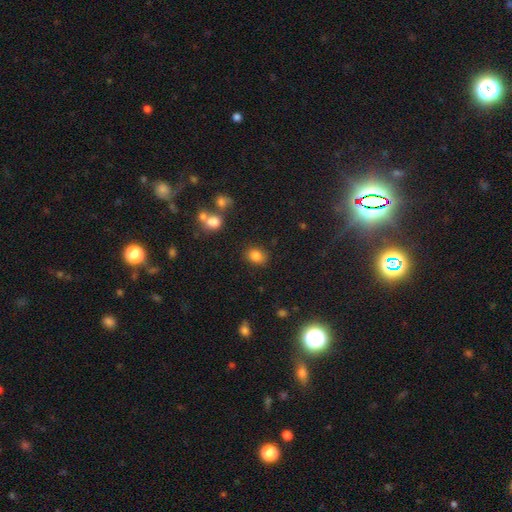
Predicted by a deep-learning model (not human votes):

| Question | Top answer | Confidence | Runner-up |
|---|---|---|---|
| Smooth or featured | smooth | 83% | star or artifact (11%) |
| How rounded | in between | 59% | round (40%) |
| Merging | none | 81% | minor disturbance (12%) |